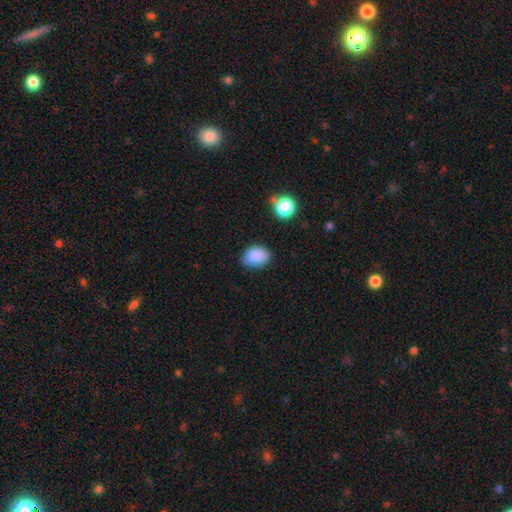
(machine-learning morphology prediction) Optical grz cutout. It shows a smooth galaxy with no disk features (87%) that is in between round and cigar-shaped (72%). Merging: none (76%).